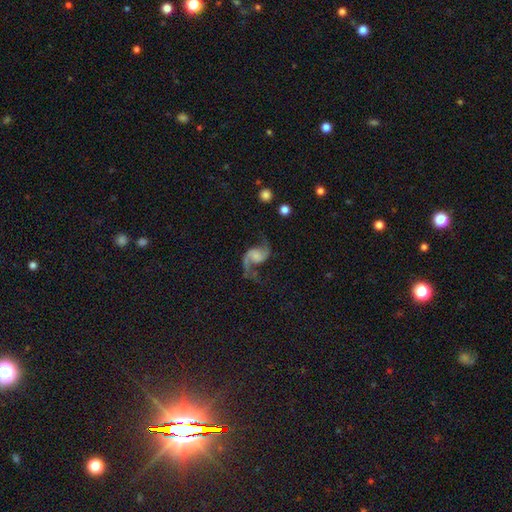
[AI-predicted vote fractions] Overall: featured or disk (89%). Edge-on disk: no (98%). Bar: no (58%; weak 32%). Spiral arms: yes (97%). Spiral arm count: 2 (93%). Spiral winding: loose (74%). Bulge size: none (36%; small 30%). Merging: none (70%).